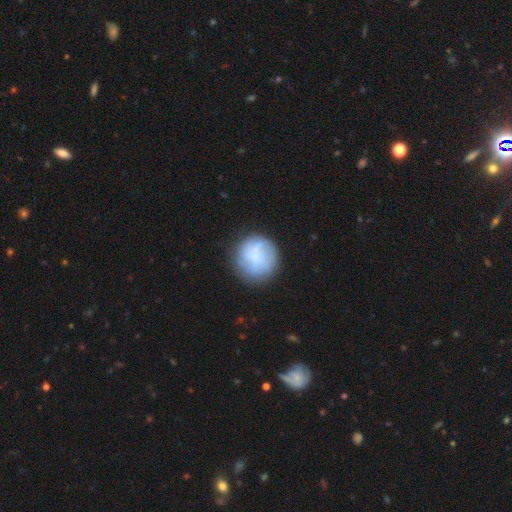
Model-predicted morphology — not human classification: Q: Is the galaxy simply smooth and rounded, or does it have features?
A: smooth — 61%.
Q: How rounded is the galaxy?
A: round — 91%.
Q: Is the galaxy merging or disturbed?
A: none — 71%.